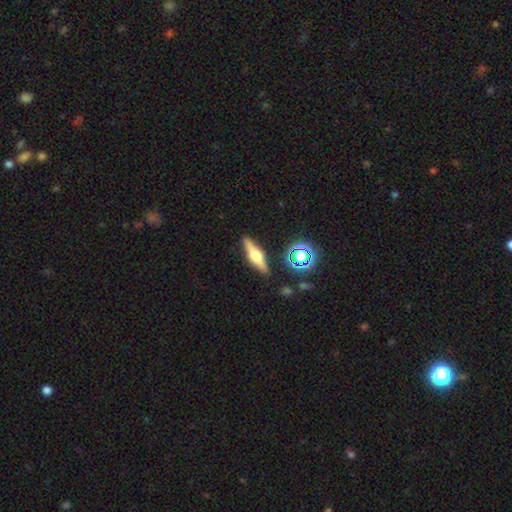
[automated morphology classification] This appears to be a featured or disk galaxy (67%) viewed edge-on (96%) with a rounded central bulge (92%). Merging: none (88%).